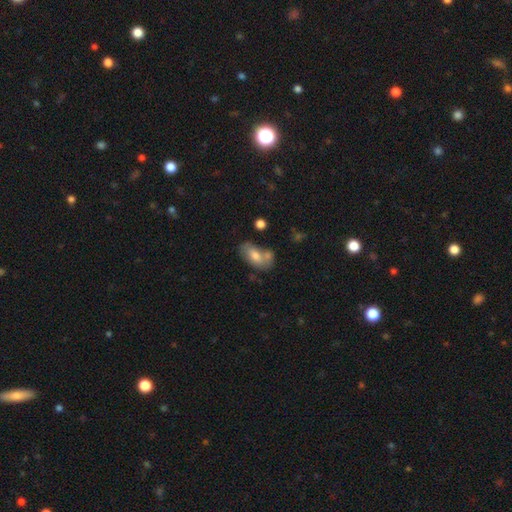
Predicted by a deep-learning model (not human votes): A smooth galaxy with no disk features (66%) that is in between round and cigar-shaped (90%).

Vote fractions:
- Smooth or featured? smooth: 66% / featured or disk: 26% / star or artifact: 8%
- How rounded? in between: 90% / round: 6% / cigar-shaped: 4%
- Merging? none: 43% / merger: 32% / minor disturbance: 18% / major disturbance: 7%